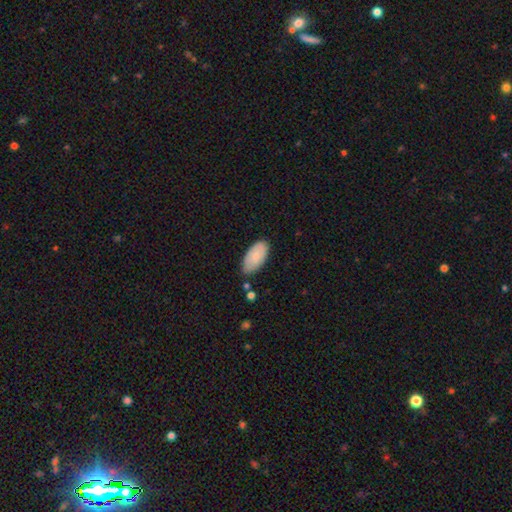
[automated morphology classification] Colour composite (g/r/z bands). It shows a smooth galaxy with no disk features (79%) that is in between round and cigar-shaped (95%). Merging: none (72%).